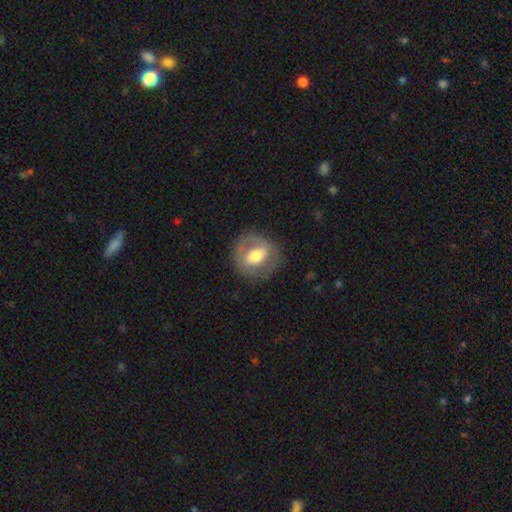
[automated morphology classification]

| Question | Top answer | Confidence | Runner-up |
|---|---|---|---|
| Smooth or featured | featured or disk | 52% | smooth (41%) |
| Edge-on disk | no | 94% | yes (6%) |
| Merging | none | 73% | minor disturbance (16%) |